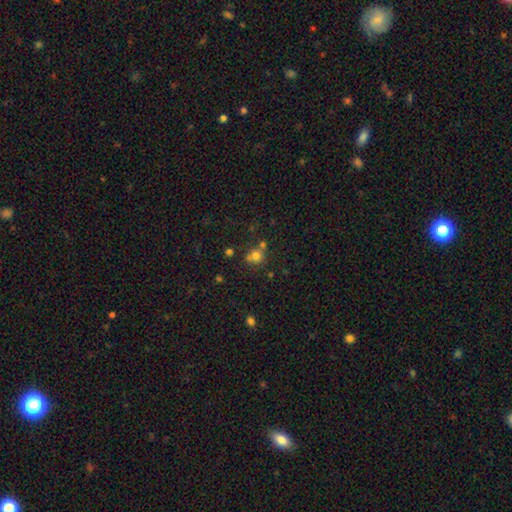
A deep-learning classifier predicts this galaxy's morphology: type=smooth (74%); roundness=round (82%); merging=none (57%).